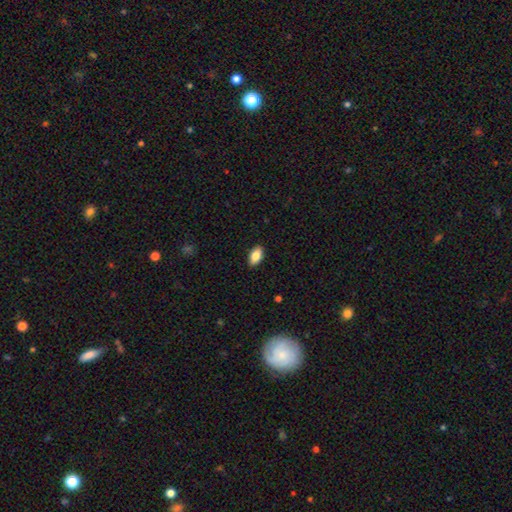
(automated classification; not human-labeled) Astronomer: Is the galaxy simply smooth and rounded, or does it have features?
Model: smooth — 83%.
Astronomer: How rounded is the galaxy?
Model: in between — 92%.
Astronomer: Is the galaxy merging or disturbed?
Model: none — 90%.